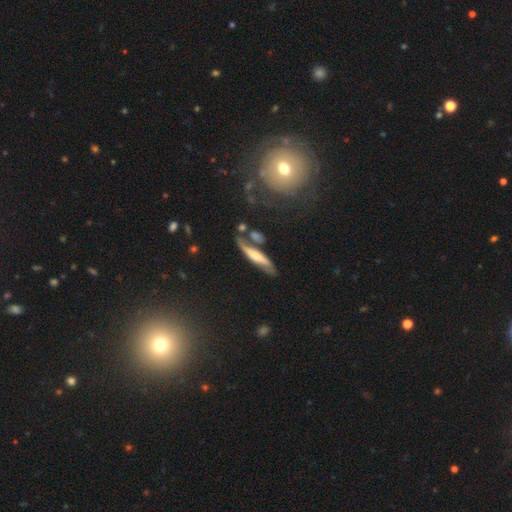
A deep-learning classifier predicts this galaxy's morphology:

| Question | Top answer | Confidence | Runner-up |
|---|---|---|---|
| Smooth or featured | featured or disk | 48% | smooth (44%) |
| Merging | none | 57% | minor disturbance (21%) |